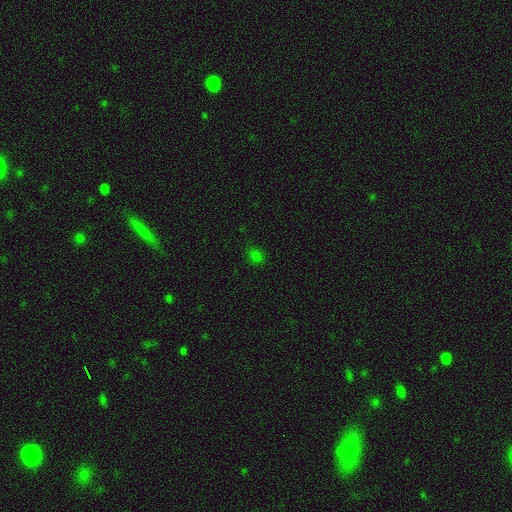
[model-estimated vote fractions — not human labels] Smooth or featured?
  - smooth: 72% *
  - star or artifact: 24%
  - featured or disk: 4%
How rounded?
  - round: 56% *
  - in between: 42%
  - cigar-shaped: 2%
Merging?
  - none: 83% *
  - minor disturbance: 12%
  - major disturbance: 3%
  - merger: 2%